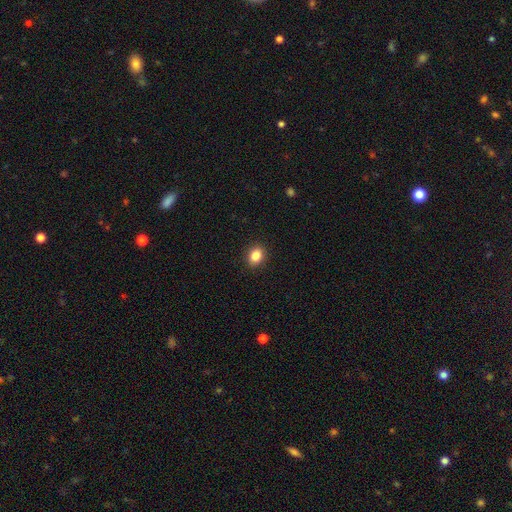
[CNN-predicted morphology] Q: Smooth or featured?
A: smooth (85%); runner-up: star or artifact (10%)
Q: How rounded?
A: in between (56%); runner-up: round (43%)
Q: Merging?
A: none (91%); runner-up: minor disturbance (7%)